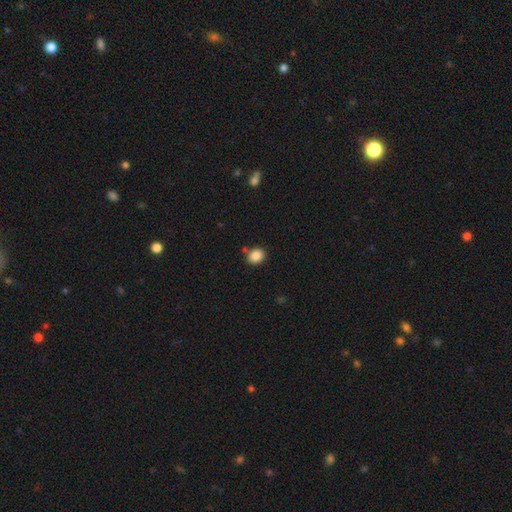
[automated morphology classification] Smooth or featured? smooth (87%)
How rounded? round (56%)
Merging? none (78%)